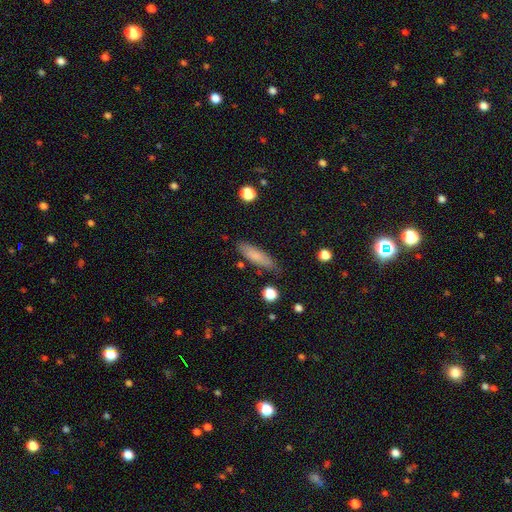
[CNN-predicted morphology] The model was most divided on "how rounded": cigar-shaped: 62%, in between: 36%, round: 2%. More confident: merging — none (78%); smooth or featured — smooth (77%).